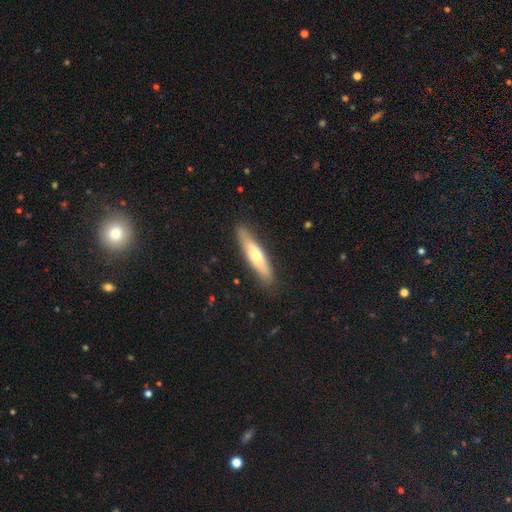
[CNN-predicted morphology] This is possibly a smooth galaxy (54%). How rounded: likely cigar-shaped (79%). Merging: clearly none (85%).